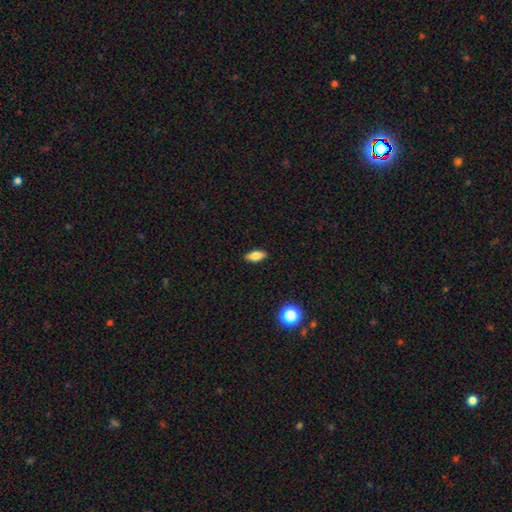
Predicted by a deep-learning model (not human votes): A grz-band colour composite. It shows a smooth galaxy with no disk features (74%) that is in between round and cigar-shaped (81%). Merging: none (90%).